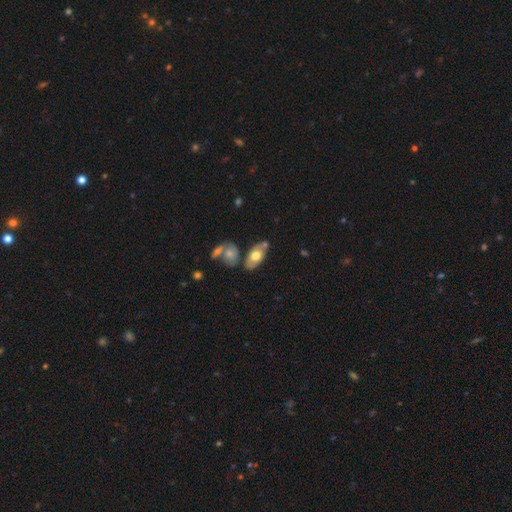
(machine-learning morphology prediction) A smooth galaxy with no disk features (59%) that is in between round and cigar-shaped (91%). Merging: none (56%).